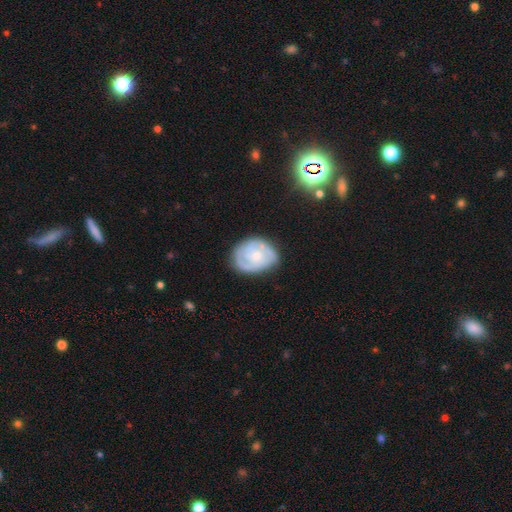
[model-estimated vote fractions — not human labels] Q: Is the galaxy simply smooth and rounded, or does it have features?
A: featured or disk — 68%.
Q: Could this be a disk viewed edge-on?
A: no — 97%.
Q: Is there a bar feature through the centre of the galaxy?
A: no — 76%.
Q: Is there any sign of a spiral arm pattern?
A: yes — 83%.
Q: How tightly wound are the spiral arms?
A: tight — 59%.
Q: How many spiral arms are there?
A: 2 — 38%.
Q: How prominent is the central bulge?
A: small — 52%.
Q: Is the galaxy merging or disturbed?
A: none — 72%.